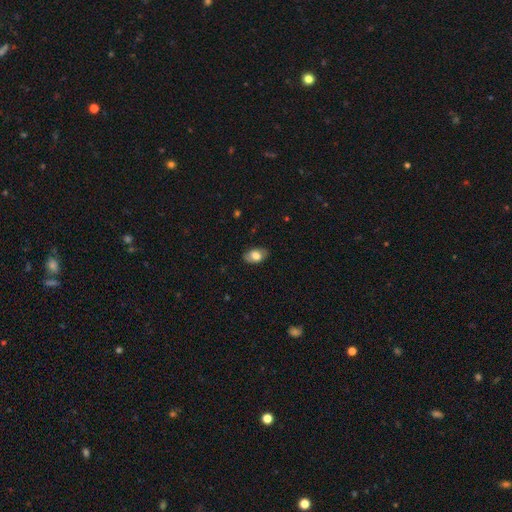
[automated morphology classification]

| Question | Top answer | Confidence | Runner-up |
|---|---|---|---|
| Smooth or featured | smooth | 73% | featured or disk (19%) |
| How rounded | in between | 91% | round (7%) |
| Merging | none | 83% | minor disturbance (13%) |